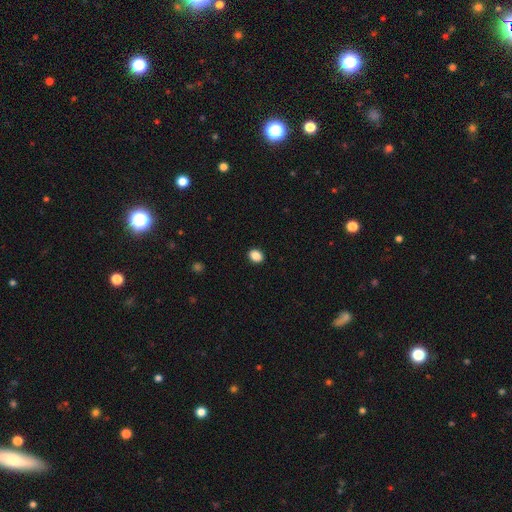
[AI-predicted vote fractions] smooth_or_featured: smooth (p=0.88) [alt: star or artifact p=0.09]
how_rounded: in between (p=0.55) [alt: round p=0.44]
merging: none (p=0.92) [alt: minor disturbance p=0.06]